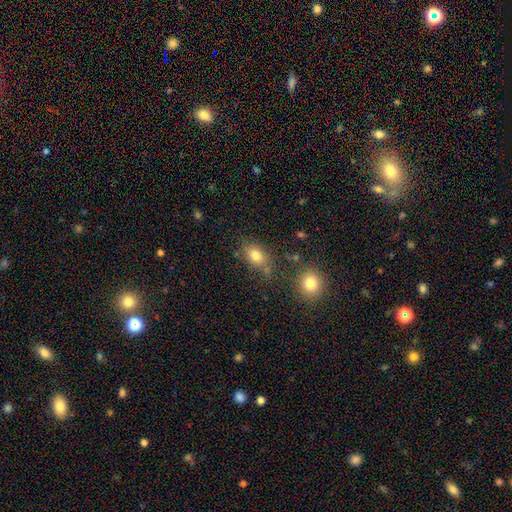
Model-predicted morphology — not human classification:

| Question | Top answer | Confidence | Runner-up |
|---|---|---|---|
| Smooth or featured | smooth | 79% | star or artifact (11%) |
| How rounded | in between | 78% | round (20%) |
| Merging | none | 68% | minor disturbance (17%) |